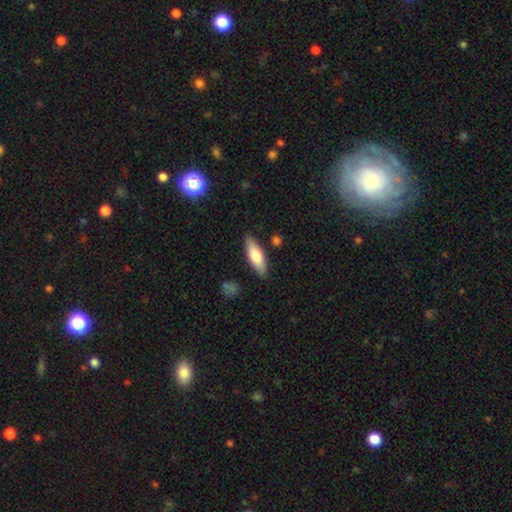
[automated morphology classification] smooth 73%, featured or disk 22%, star or artifact 5%. Down the decision tree: how rounded — in between (55%); merging — none (85%).